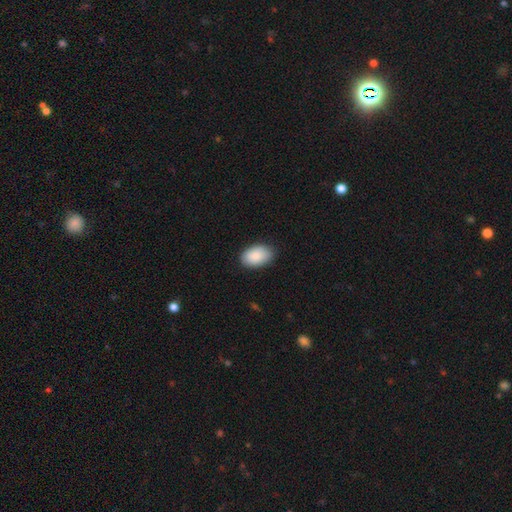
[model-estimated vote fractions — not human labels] smooth-or-featured: smooth: 90% | star or artifact: 6% | featured or disk: 5%
  how-rounded: in between: 92% | round: 7% | cigar-shaped: 1%
  merging: none: 85% | minor disturbance: 12% | major disturbance: 2% | merger: 1%